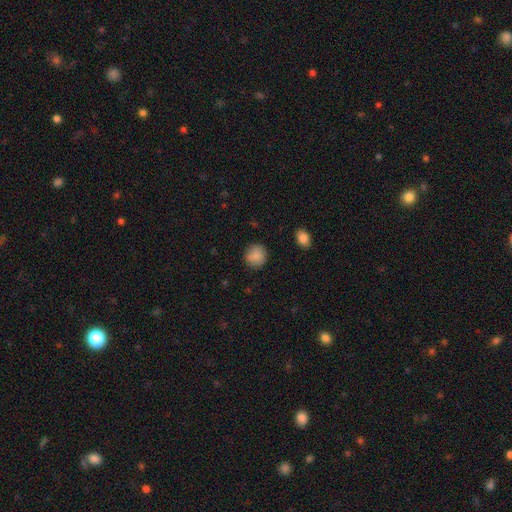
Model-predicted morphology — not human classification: Smooth or featured? smooth (88%)
How rounded? round (87%)
Merging? none (87%)